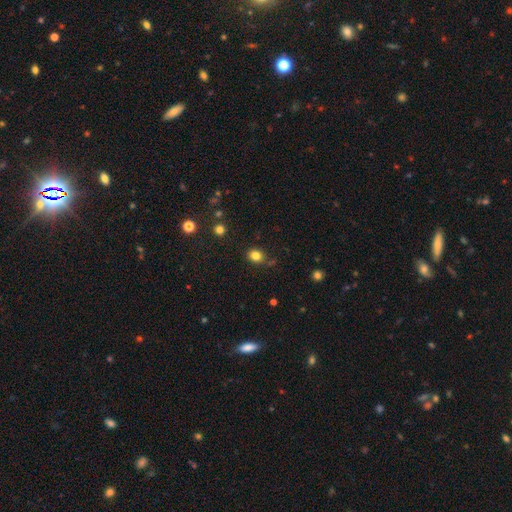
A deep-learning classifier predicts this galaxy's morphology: A smooth galaxy with no disk features (81%) that is round (66%). Merging: none (81%).